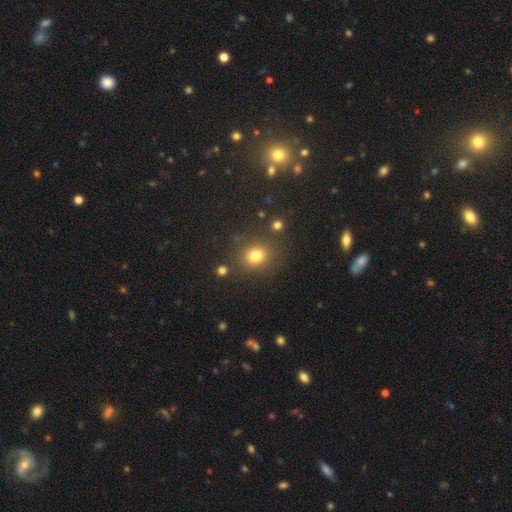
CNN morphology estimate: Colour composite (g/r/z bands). It shows a smooth galaxy with no disk features (79%) that is round (79%). Merging: none (82%).